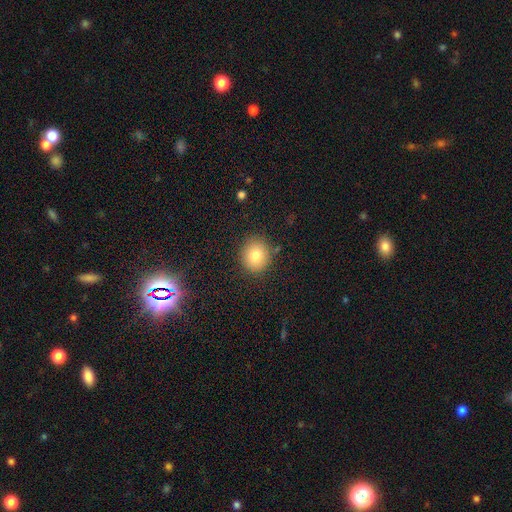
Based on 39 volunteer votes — Smooth or featured?
  - smooth: 79% *
  - featured or disk: 10%
  - star or artifact: 10%
How rounded?
  - round: 84% *
  - in between: 16%
  - cigar-shaped: 0%
Merging?
  - none: 83% *
  - minor disturbance: 17%
  - major disturbance: 0%
  - merger: 0%